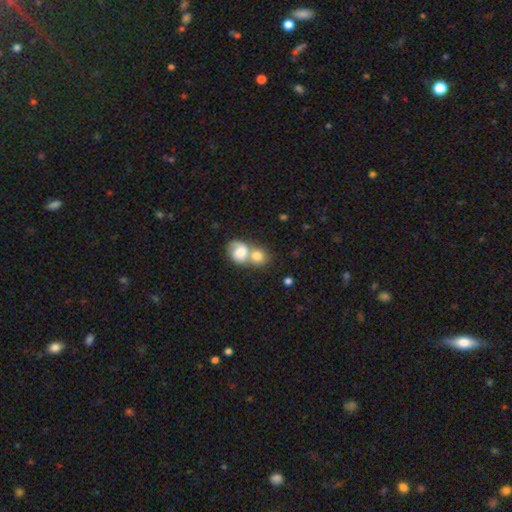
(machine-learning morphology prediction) This appears to be a smooth galaxy with no disk features (67%) that is round (66%). Merging: merger (67%).